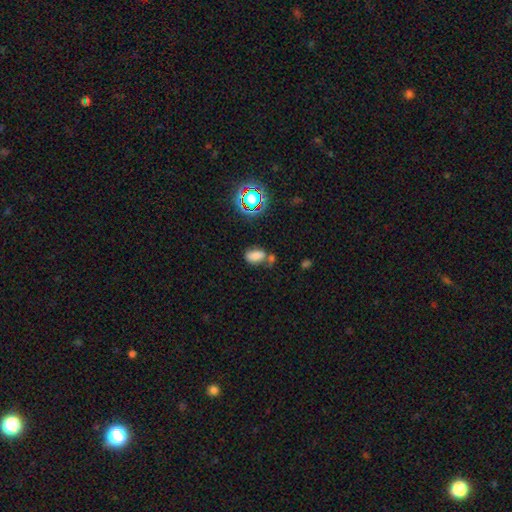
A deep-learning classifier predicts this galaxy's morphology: This is likely a smooth galaxy (74%). How rounded: clearly in between (89%). Merging: possibly none (51%).